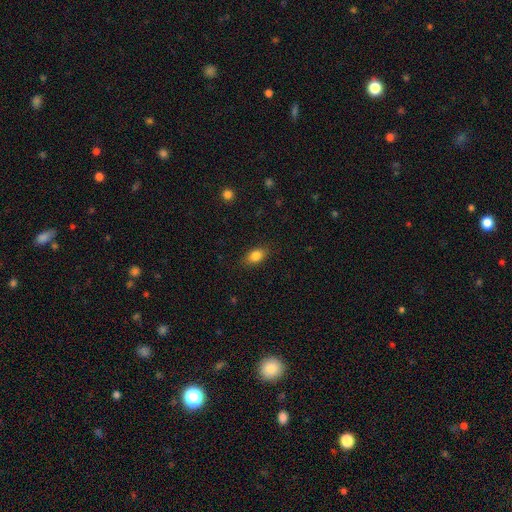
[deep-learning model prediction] A smooth galaxy with no disk features (84%) that is in between round and cigar-shaped (83%). Merging: none (85%).